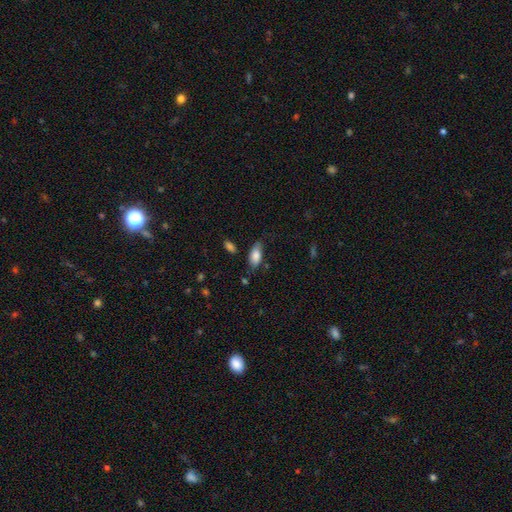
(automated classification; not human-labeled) A smooth galaxy with no disk features (81%) that is in between round and cigar-shaped (90%). Merging: none (63%).